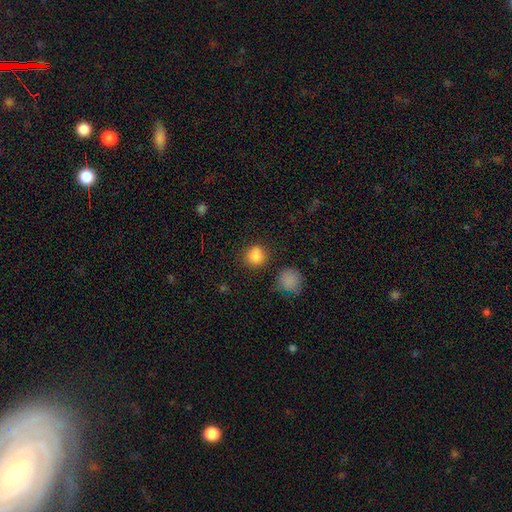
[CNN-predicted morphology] A smooth galaxy with no disk features (84%) that is round (81%).

Vote fractions:
- Smooth or featured? smooth: 84% / star or artifact: 12% / featured or disk: 4%
- How rounded? round: 81% / in between: 18% / cigar-shaped: 1%
- Merging? none: 76% / minor disturbance: 14% / major disturbance: 5% / merger: 5%